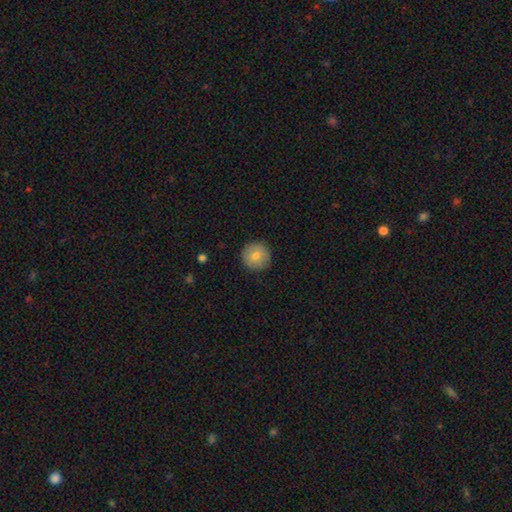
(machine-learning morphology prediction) Smooth or featured: smooth — 78% (featured or disk — 14%)
How rounded: round — 96% (in between — 3%)
Merging: none — 92% (minor disturbance — 6%)